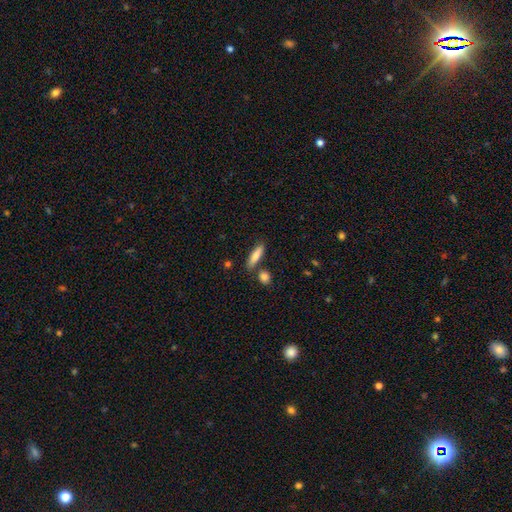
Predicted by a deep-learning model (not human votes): A smooth galaxy with no disk features (79%) that is cigar-shaped (63%).

Vote fractions:
- Smooth or featured? smooth: 79% / featured or disk: 14% / star or artifact: 6%
- How rounded? cigar-shaped: 63% / in between: 35% / round: 3%
- Merging? none: 75% / minor disturbance: 12% / merger: 10% / major disturbance: 3%